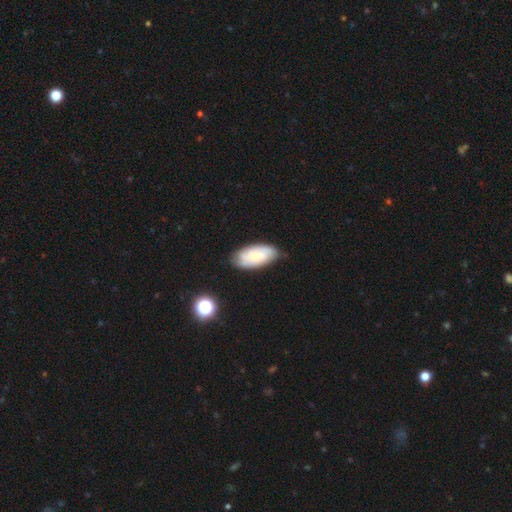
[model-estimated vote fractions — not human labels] The model was most divided on "smooth or featured": smooth: 51%, featured or disk: 42%, star or artifact: 7%. More confident: how rounded — in between (91%); merging — none (74%).